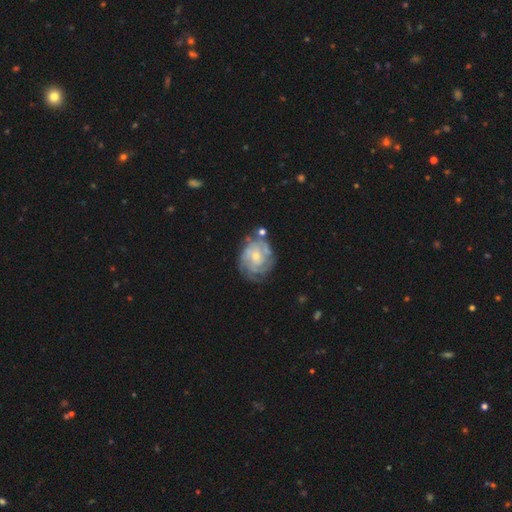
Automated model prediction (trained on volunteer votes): A featured or disk galaxy (78%) with no bar (75%), tight (67%) spiral arms (87%) and a small central bulge (57%).

Vote fractions:
- Smooth or featured? featured or disk: 78% / smooth: 16% / star or artifact: 6%
- Edge-on disk? no: 98% / yes: 2%
- Bar? no: 75% / weak: 22% / strong: 3%
- Spiral arms? yes: 87% / no: 13%
- Spiral winding? tight: 67% / medium: 25% / loose: 8%
- Spiral arm count? can't tell: 48% / 3: 15% / 4: 14% / 2: 11% / more than 4: 7% / 1: 5%
- Bulge size? small: 57% / moderate: 37% / none: 2% / large: 2% / dominant: 1%
- Merging? none: 62% / minor disturbance: 21% / major disturbance: 11% / merger: 6%